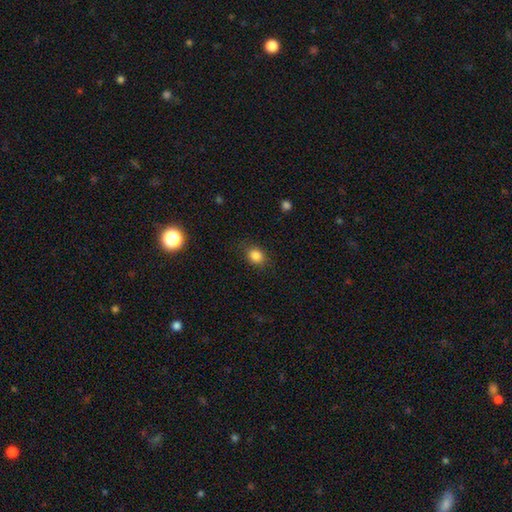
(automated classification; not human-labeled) A smooth galaxy with no disk features (85%) that is round (61%).

Vote fractions:
- Smooth or featured? smooth: 85% / star or artifact: 11% / featured or disk: 5%
- How rounded? round: 61% / in between: 37% / cigar-shaped: 1%
- Merging? none: 82% / minor disturbance: 12% / major disturbance: 4% / merger: 1%